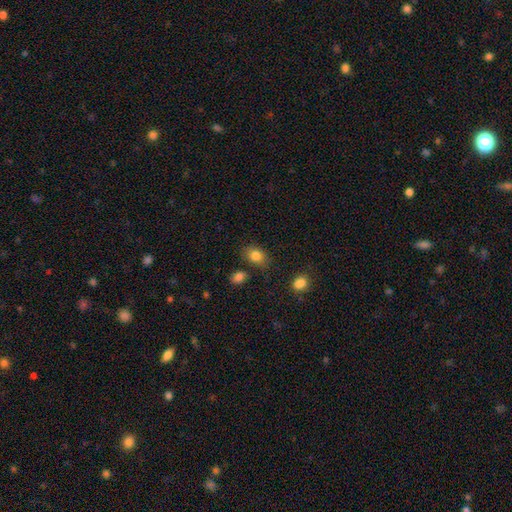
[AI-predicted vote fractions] Q: Smooth or featured?
A: smooth (83%); runner-up: star or artifact (10%)
Q: How rounded?
A: in between (66%); runner-up: round (33%)
Q: Merging?
A: none (75%); runner-up: minor disturbance (16%)